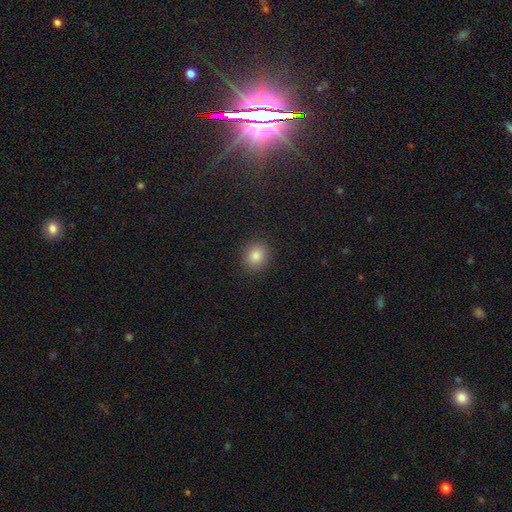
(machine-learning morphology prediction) type=smooth (84%); roundness=round (74%); merging=none (90%).